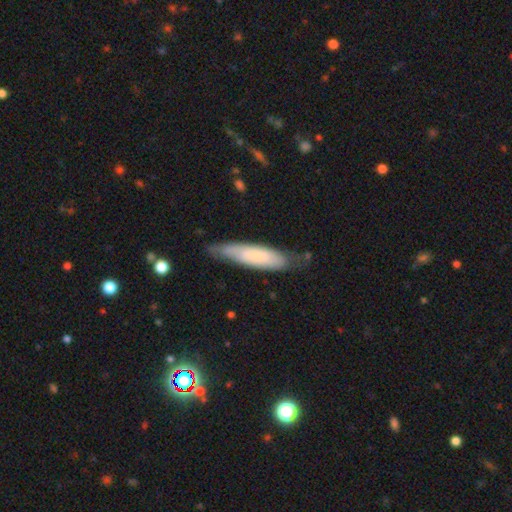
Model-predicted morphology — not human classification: smooth 67%, featured or disk 27%, star or artifact 6%. Down the decision tree: how rounded — cigar-shaped (73%); merging — none (68%).